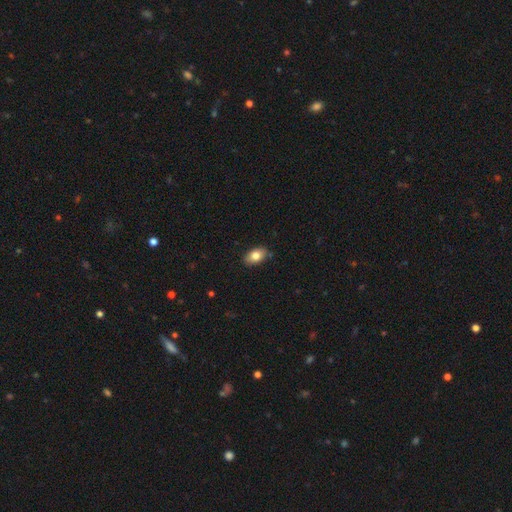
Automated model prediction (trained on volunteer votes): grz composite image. It shows a smooth galaxy with no disk features (81%) that is in between round and cigar-shaped (88%). Merging: none (84%).